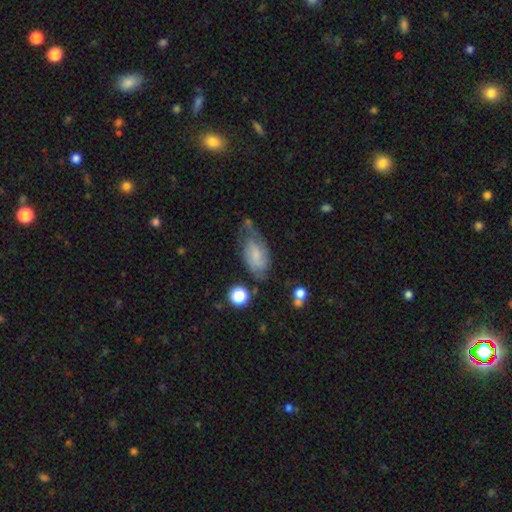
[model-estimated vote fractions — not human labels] A featured or disk galaxy (49%). Merging: none (52%).